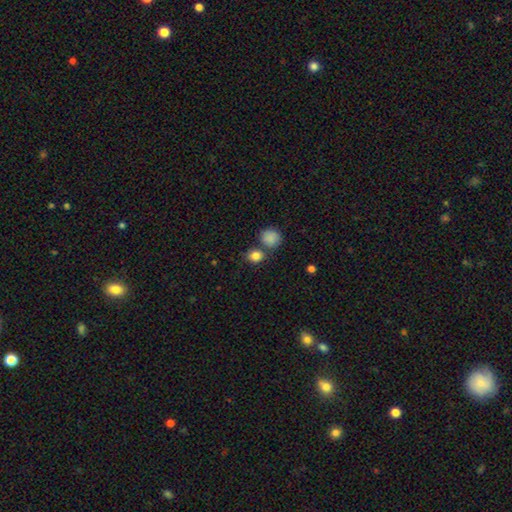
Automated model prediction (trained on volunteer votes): Smooth or featured? Predicted: smooth (p=0.85). How rounded? Predicted: round (p=0.70). Merging? Predicted: none (p=0.65).